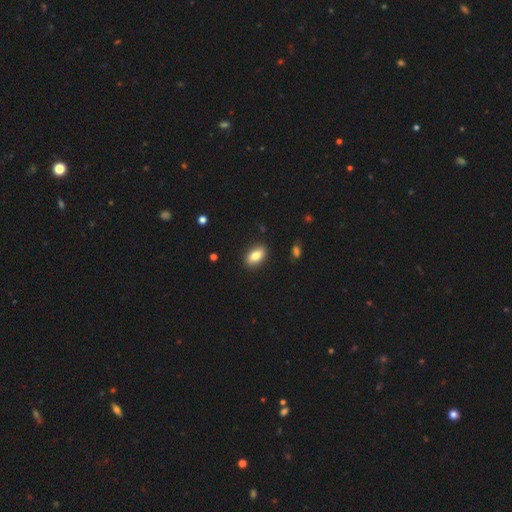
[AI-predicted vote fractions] smooth_or_featured: smooth (p=0.83) [alt: featured or disk p=0.10]
how_rounded: in between (p=0.89) [alt: round p=0.07]
merging: none (p=0.89) [alt: minor disturbance p=0.08]